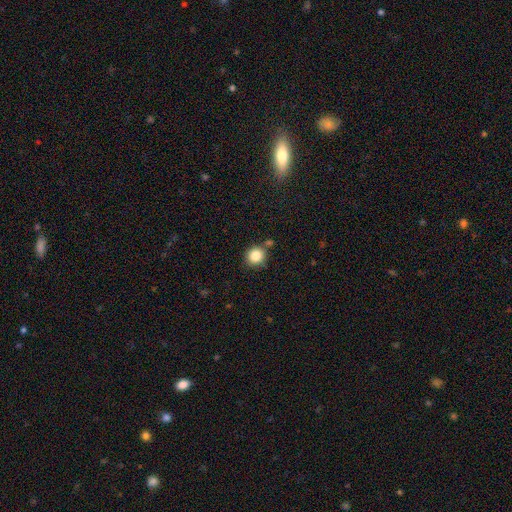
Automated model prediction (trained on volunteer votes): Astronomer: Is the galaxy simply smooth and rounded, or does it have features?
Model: smooth — 84%.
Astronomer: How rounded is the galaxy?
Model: round — 89%.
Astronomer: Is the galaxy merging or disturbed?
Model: none — 78%.